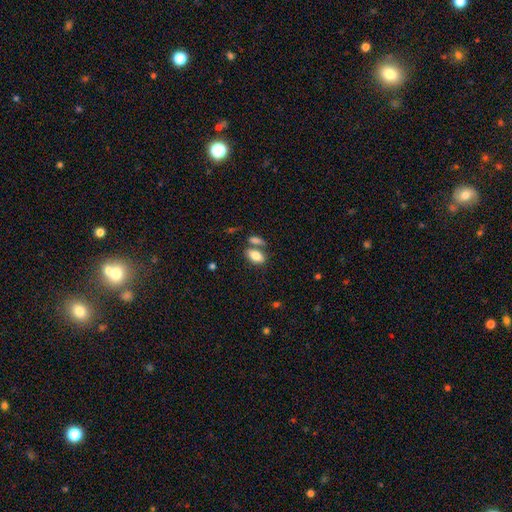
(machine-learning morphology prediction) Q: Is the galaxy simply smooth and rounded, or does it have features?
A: smooth — 83%.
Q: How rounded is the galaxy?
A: in between — 91%.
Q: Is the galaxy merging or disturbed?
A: none — 57%.